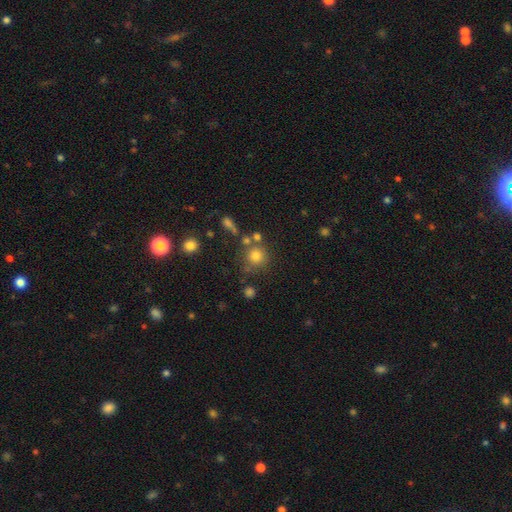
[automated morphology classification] This appears to be a smooth galaxy with no disk features (76%) that is round (91%). Merging: none (69%).